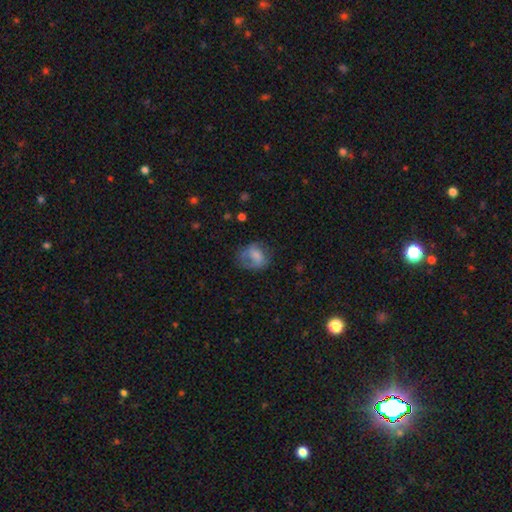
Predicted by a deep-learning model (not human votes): Smooth or featured?
  - smooth: 58% *
  - featured or disk: 32%
  - star or artifact: 10%
How rounded?
  - in between: 50% *
  - round: 49%
  - cigar-shaped: 1%
Merging?
  - none: 44% *
  - major disturbance: 27%
  - minor disturbance: 27%
  - merger: 2%